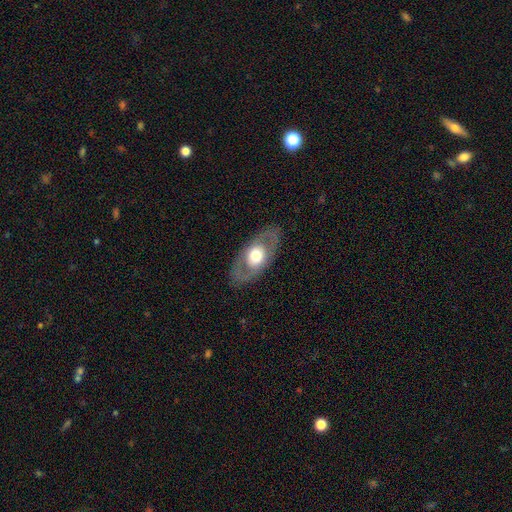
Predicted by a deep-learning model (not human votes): A featured or disk galaxy (55%). Merging: none (83%).